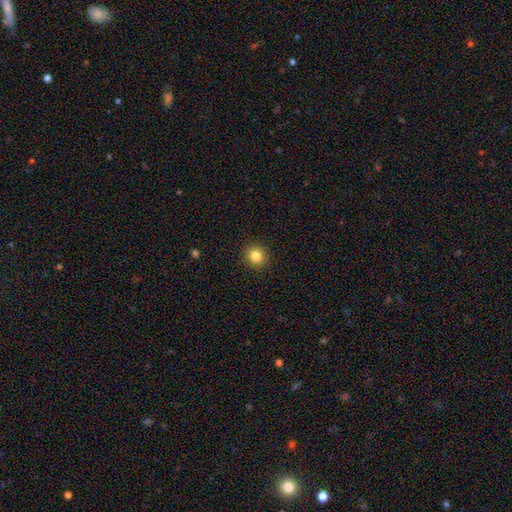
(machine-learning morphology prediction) This is clearly a smooth galaxy (84%). How rounded: clearly round (92%). Merging: clearly none (92%).